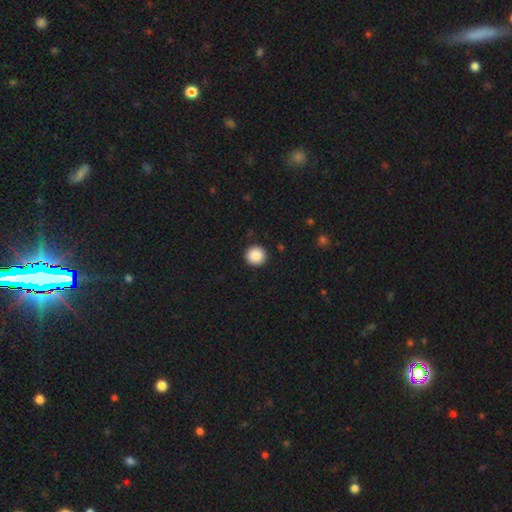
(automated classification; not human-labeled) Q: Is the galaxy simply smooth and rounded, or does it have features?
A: smooth — 88%.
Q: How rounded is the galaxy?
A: round — 94%.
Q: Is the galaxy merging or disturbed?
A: none — 92%.